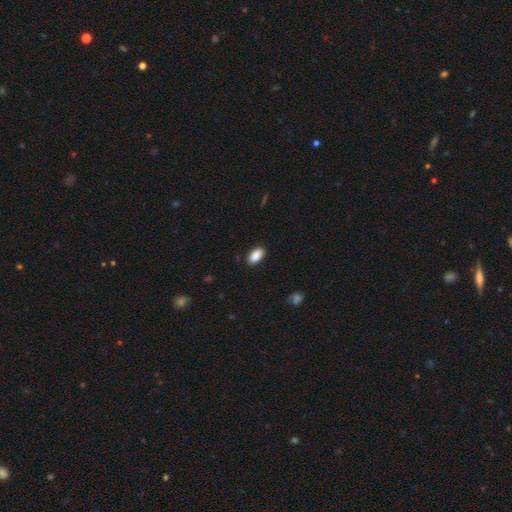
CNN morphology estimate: smooth-or-featured: smooth: 89% | star or artifact: 7% | featured or disk: 4%
  how-rounded: in between: 93% | cigar-shaped: 4% | round: 3%
  merging: none: 86% | minor disturbance: 11% | major disturbance: 2% | merger: 1%